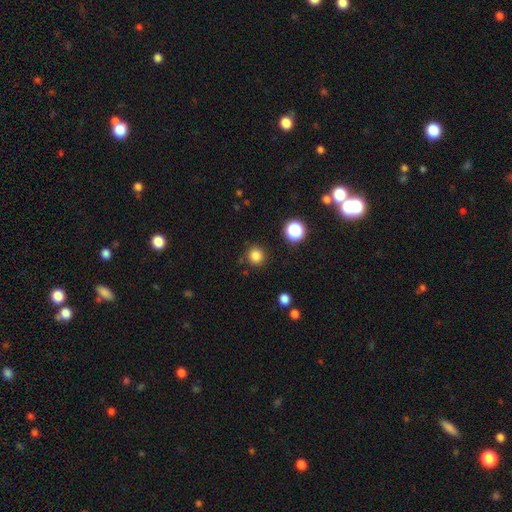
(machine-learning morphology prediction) Smooth or featured: smooth — 83% (star or artifact — 13%)
How rounded: round — 93% (in between — 6%)
Merging: none — 89% (minor disturbance — 7%)